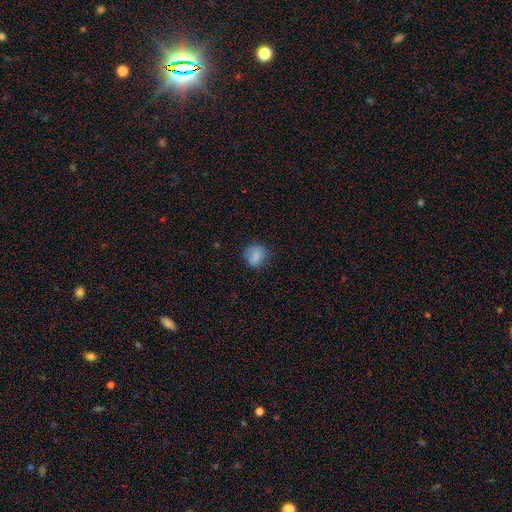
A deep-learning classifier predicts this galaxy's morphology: Q: Smooth or featured?
A: smooth (79%); runner-up: featured or disk (11%)
Q: How rounded?
A: round (76%); runner-up: in between (23%)
Q: Merging?
A: none (70%); runner-up: minor disturbance (21%)